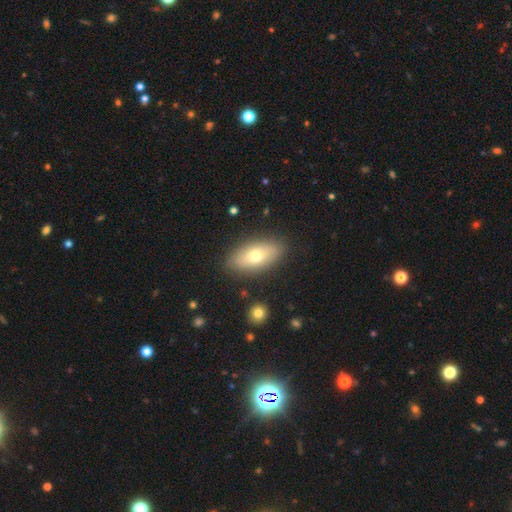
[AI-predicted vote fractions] A smooth galaxy with no disk features (69%) that is in between round and cigar-shaped (88%).

Vote fractions:
- Smooth or featured? smooth: 69% / featured or disk: 24% / star or artifact: 8%
- How rounded? in between: 88% / cigar-shaped: 8% / round: 5%
- Merging? none: 85% / minor disturbance: 10% / major disturbance: 3% / merger: 2%